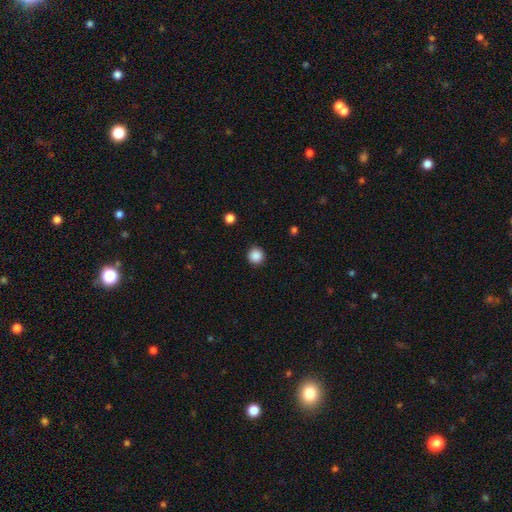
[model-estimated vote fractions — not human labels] This appears to be a smooth galaxy with no disk features (87%) that is round (95%). Merging: none (92%).